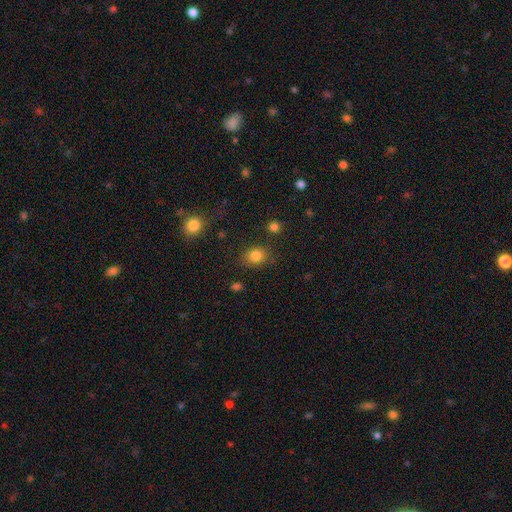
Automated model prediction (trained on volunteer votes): Smooth or featured: smooth — 84% (star or artifact — 11%)
How rounded: round — 58% (in between — 41%)
Merging: none — 81% (minor disturbance — 12%)